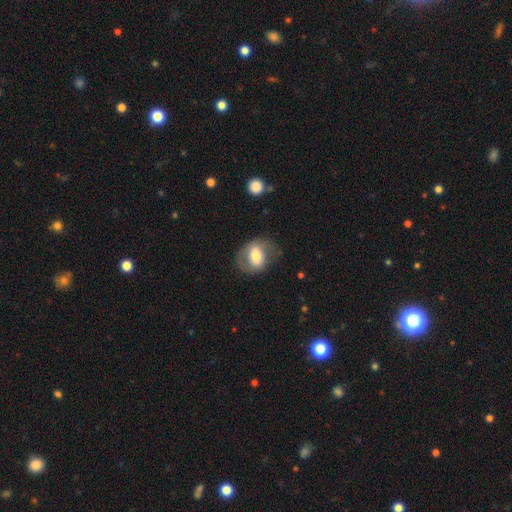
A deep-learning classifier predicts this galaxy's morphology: Smooth or featured? smooth (56%)
How rounded? in between (61%)
Merging? none (62%)